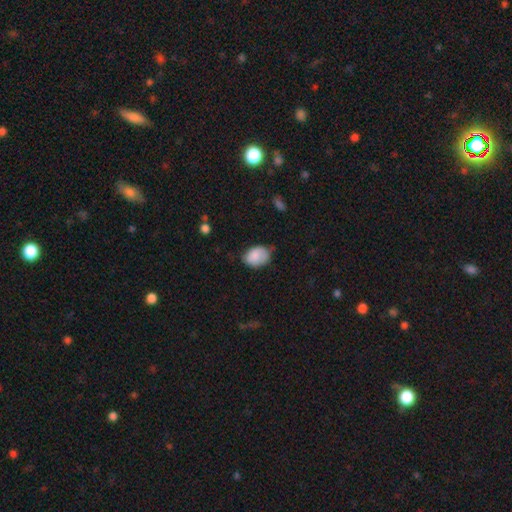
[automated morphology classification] This appears to be a smooth galaxy with no disk features (84%) that is in between round and cigar-shaped (72%). Merging: none (60%).